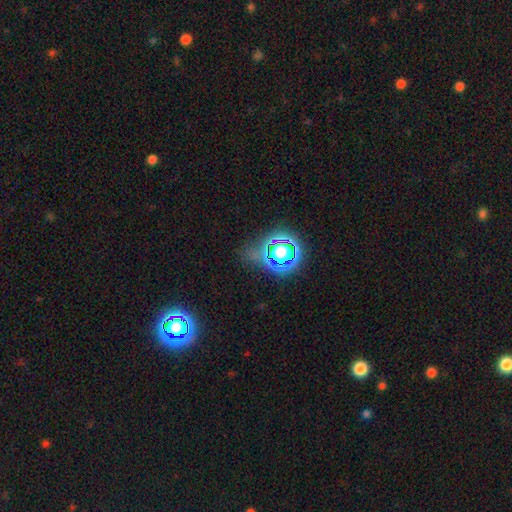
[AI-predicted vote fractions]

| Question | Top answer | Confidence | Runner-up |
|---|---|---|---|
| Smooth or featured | star or artifact | 65% | smooth (23%) |